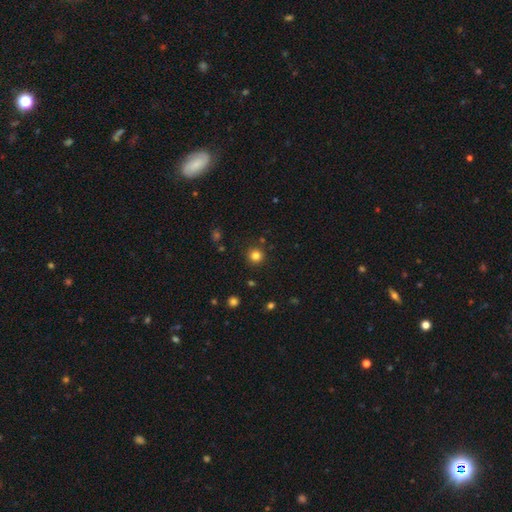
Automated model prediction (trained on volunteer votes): smooth 81%, star or artifact 13%, featured or disk 5%. Down the decision tree: how rounded — round (95%); merging — none (89%).